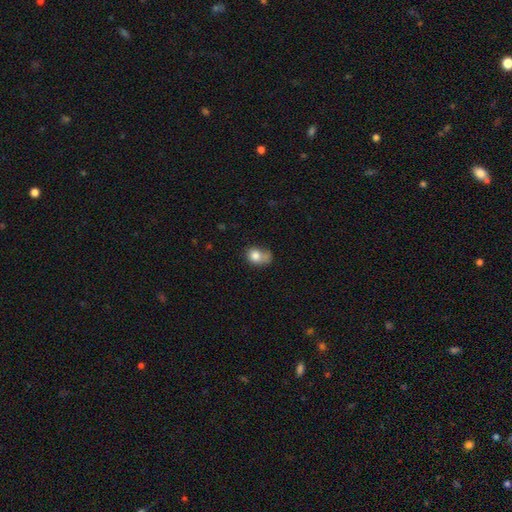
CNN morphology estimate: Q: Smooth or featured?
A: smooth (79%); runner-up: featured or disk (12%)
Q: How rounded?
A: in between (51%); runner-up: round (48%)
Q: Merging?
A: none (33%); runner-up: minor disturbance (29%)